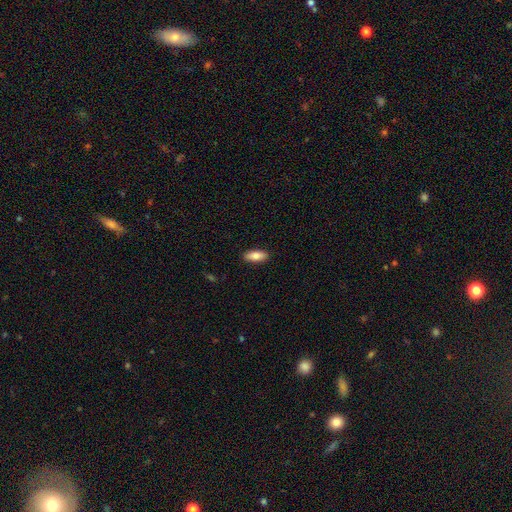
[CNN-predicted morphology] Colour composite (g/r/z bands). It shows a smooth galaxy with no disk features (84%) that is in between round and cigar-shaped (82%). Merging: none (90%).